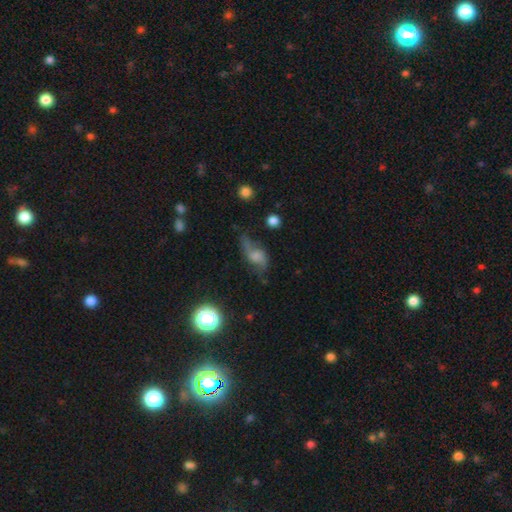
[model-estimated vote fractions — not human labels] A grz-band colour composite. It shows a featured or disk galaxy (55%) with no bar (61%), spiral arms (85%) and a moderate central bulge (34%). Merging: none (49%).